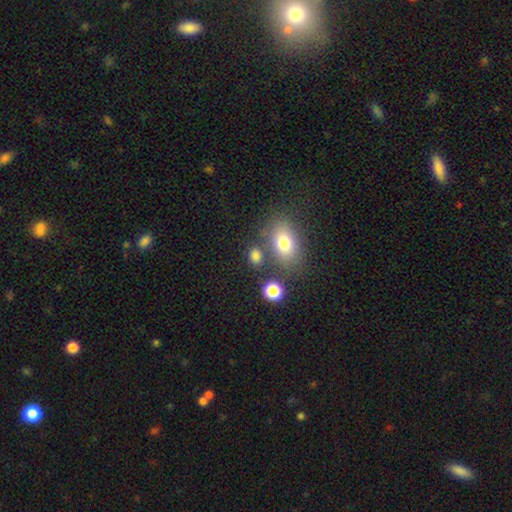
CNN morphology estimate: A smooth galaxy with no disk features (77%) that is in between round and cigar-shaped (54%).

Vote fractions:
- Smooth or featured? smooth: 77% / star or artifact: 16% / featured or disk: 8%
- How rounded? in between: 54% / round: 44% / cigar-shaped: 2%
- Merging? none: 71% / merger: 12% / minor disturbance: 12% / major disturbance: 5%